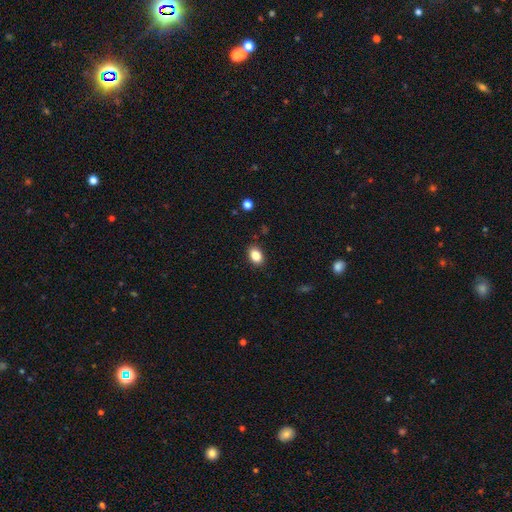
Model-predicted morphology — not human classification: A smooth galaxy with no disk features (85%) that is in between round and cigar-shaped (81%).

Vote fractions:
- Smooth or featured? smooth: 85% / star or artifact: 9% / featured or disk: 6%
- How rounded? in between: 81% / round: 18% / cigar-shaped: 1%
- Merging? none: 88% / minor disturbance: 9% / major disturbance: 2% / merger: 1%